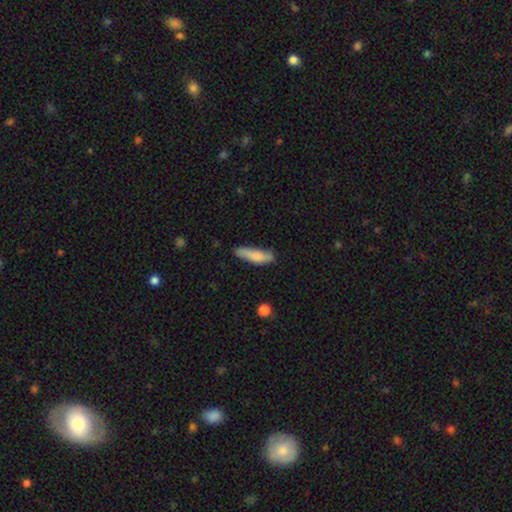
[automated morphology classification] smooth_or_featured: smooth (p=0.78) [alt: featured or disk p=0.16]
how_rounded: cigar-shaped (p=0.67) [alt: in between p=0.32]
merging: none (p=0.68) [alt: minor disturbance p=0.24]